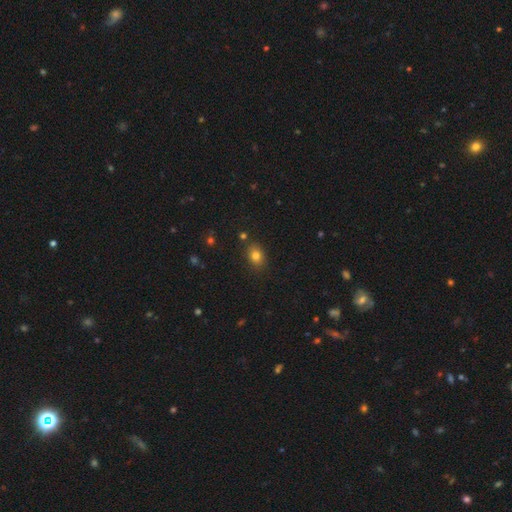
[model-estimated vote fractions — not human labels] A smooth galaxy with no disk features (79%) that is in between round and cigar-shaped (64%). Merging: none (83%).